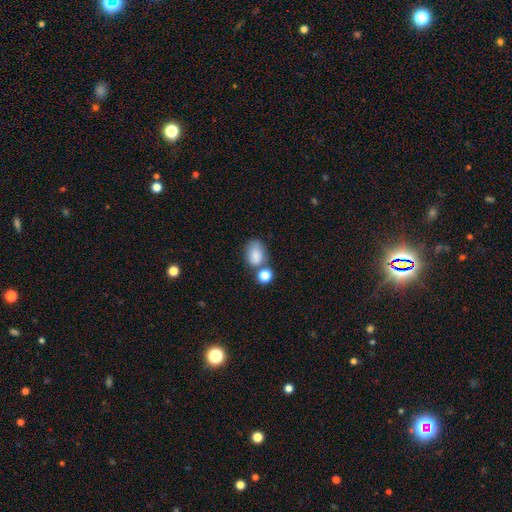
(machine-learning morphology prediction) type=smooth (80%); roundness=in between (75%); merging=none (46%).